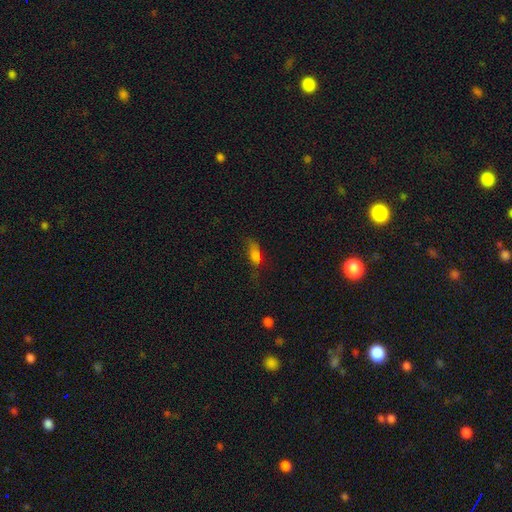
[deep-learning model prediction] Smooth or featured? Predicted: smooth (p=0.73). How rounded? Predicted: in between (p=0.72). Merging? Predicted: none (p=0.41).